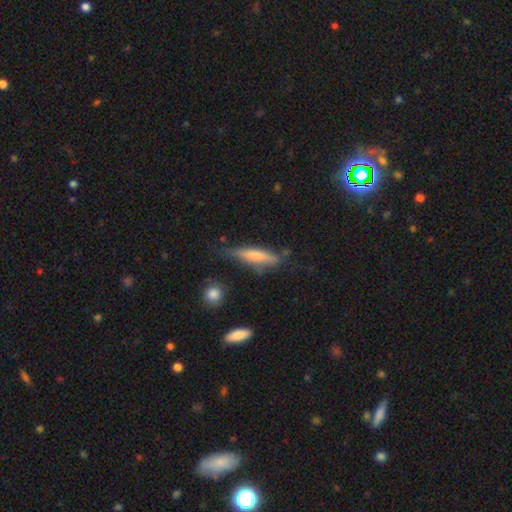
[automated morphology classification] This is likely a smooth galaxy (62%). How rounded: likely cigar-shaped (79%). Merging: likely none (65%).